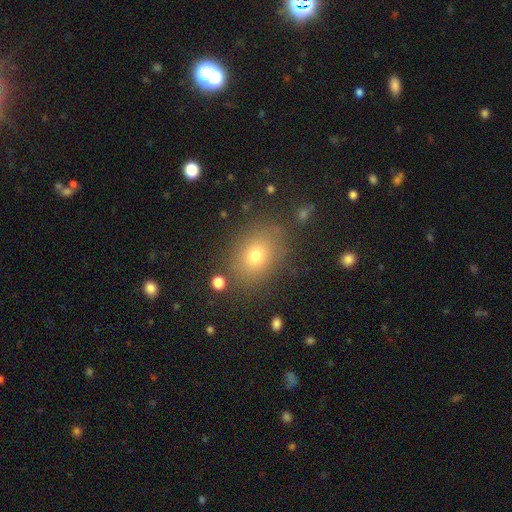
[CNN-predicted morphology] Smooth or featured: smooth — 73% (star or artifact — 15%)
How rounded: in between — 56% (round — 43%)
Merging: none — 82% (minor disturbance — 11%)